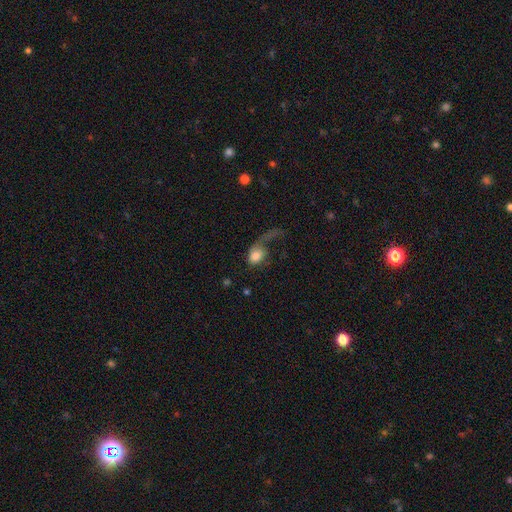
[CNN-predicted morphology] Smooth or featured? smooth (64%)
How rounded? in between (66%)
Merging? major disturbance (64%)